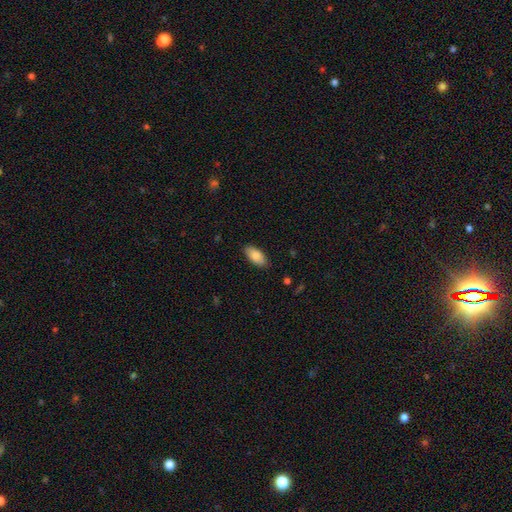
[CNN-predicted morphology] A smooth galaxy with no disk features (85%) that is in between round and cigar-shaped (92%). Merging: none (87%).